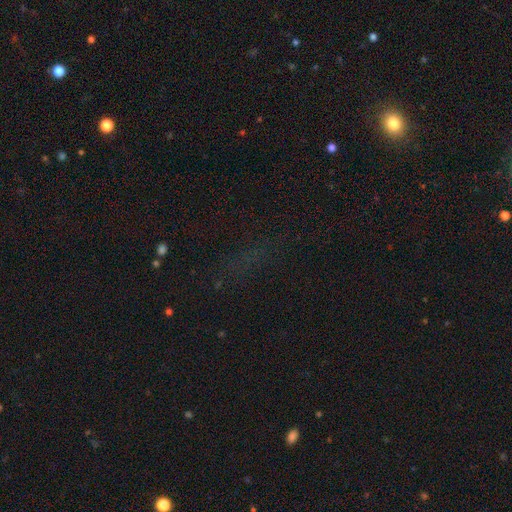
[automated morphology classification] Smooth or featured: star or artifact — 63% (smooth — 24%)